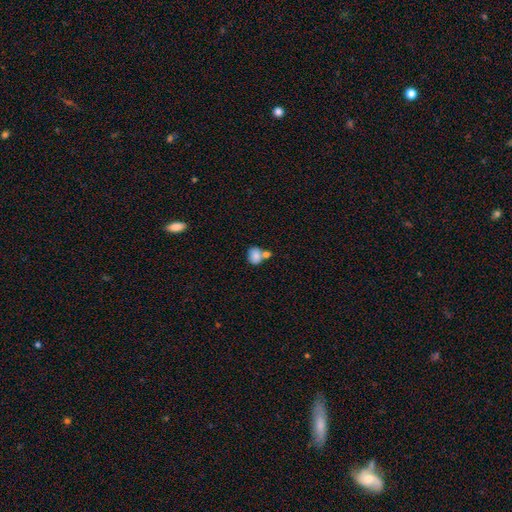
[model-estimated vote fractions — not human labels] Morphology: type=smooth (81%); roundness=in between (50%); merging=merger (43%).